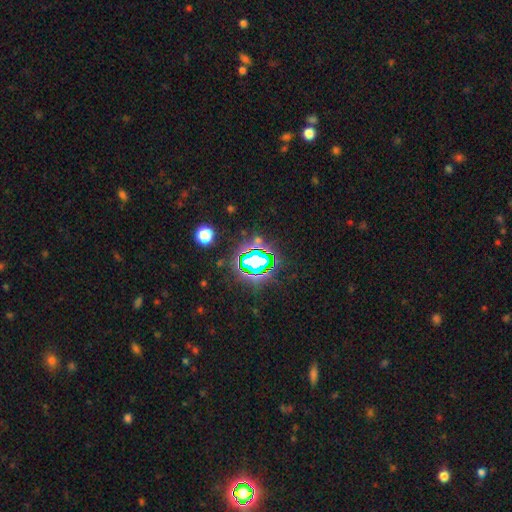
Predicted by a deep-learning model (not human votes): Smooth or featured? Predicted: star or artifact (p=0.73).